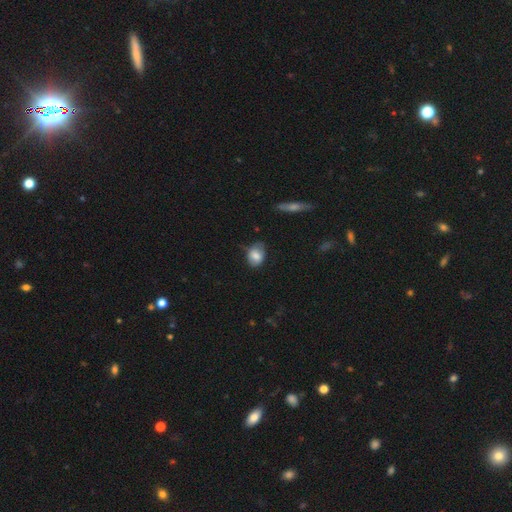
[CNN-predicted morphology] A smooth galaxy with no disk features (76%) that is in between round and cigar-shaped (74%). Merging: none (54%).